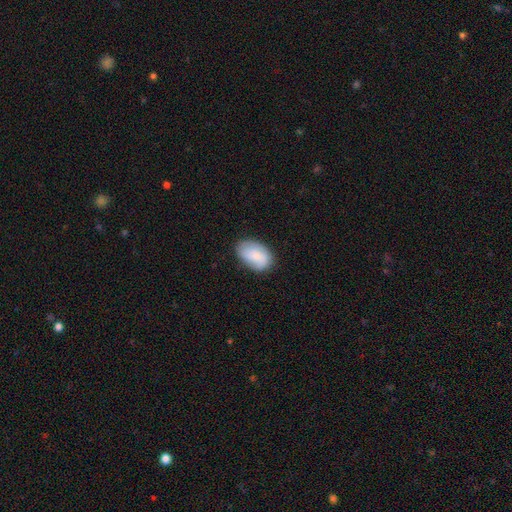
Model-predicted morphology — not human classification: This appears to be a smooth galaxy with no disk features (77%) that is in between round and cigar-shaped (91%). Merging: none (70%).